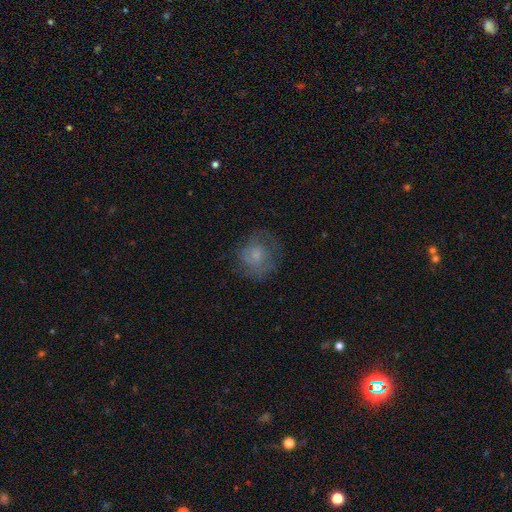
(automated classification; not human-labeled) smooth 55%, featured or disk 34%, star or artifact 10%. Down the decision tree: how rounded — round (78%); merging — none (63%).